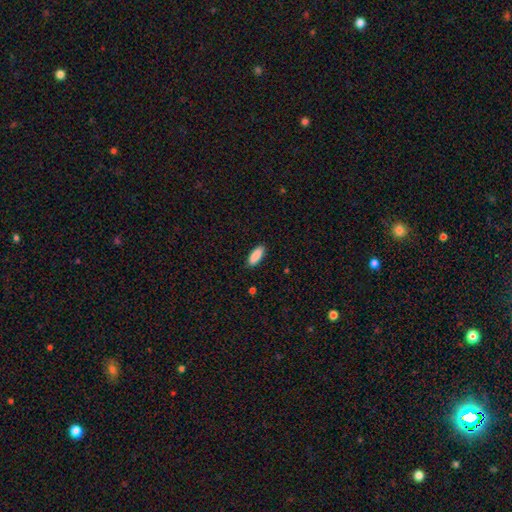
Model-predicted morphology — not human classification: The model was most divided on "how rounded": in between: 69%, cigar-shaped: 30%, round: 2%. More confident: smooth or featured — smooth (90%); merging — none (89%).